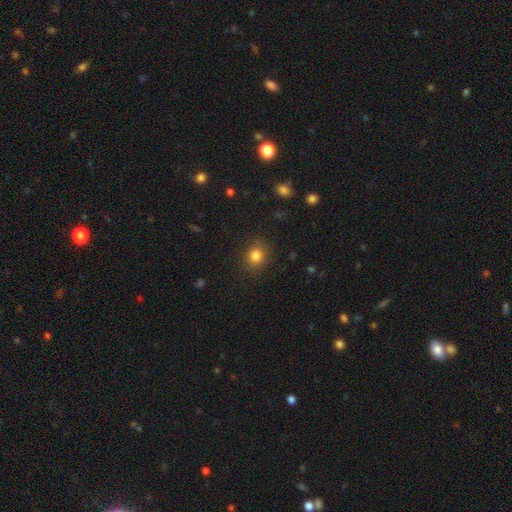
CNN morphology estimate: The model was most divided on "how rounded": round: 77%, in between: 22%, cigar-shaped: 1%. More confident: merging — none (86%); smooth or featured — smooth (83%).